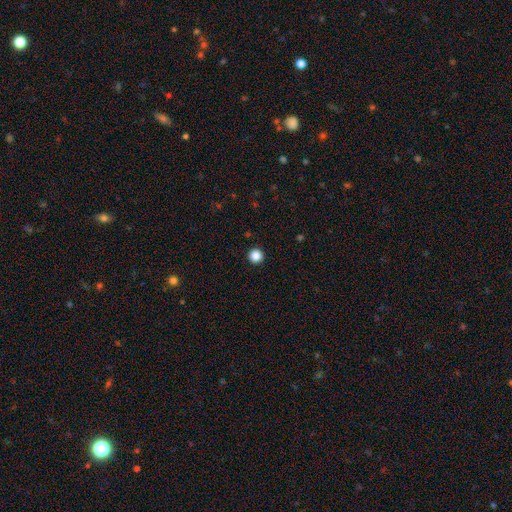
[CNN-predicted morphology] A smooth galaxy with no disk features (86%) that is round (97%). Merging: none (94%).